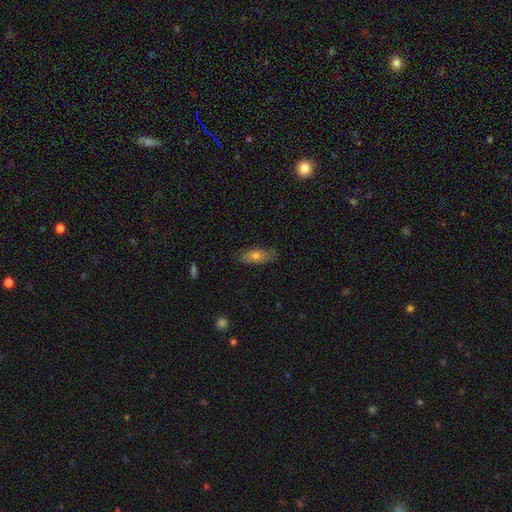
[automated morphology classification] A smooth galaxy with no disk features (67%) that is in between round and cigar-shaped (77%).

Vote fractions:
- Smooth or featured? smooth: 67% / featured or disk: 25% / star or artifact: 8%
- How rounded? in between: 77% / cigar-shaped: 19% / round: 4%
- Merging? none: 76% / minor disturbance: 19% / major disturbance: 4% / merger: 1%